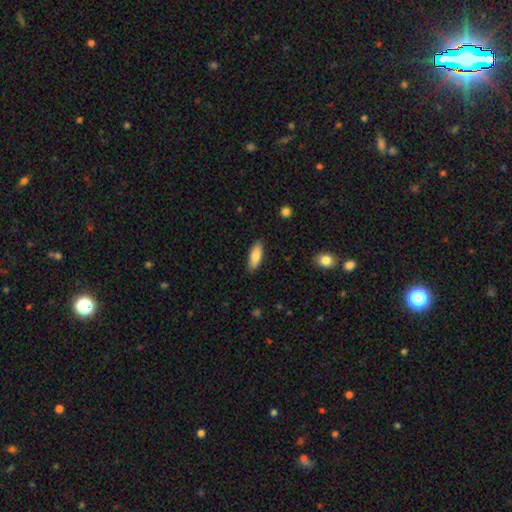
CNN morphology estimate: Smooth or featured? Predicted: smooth (p=0.82). How rounded? Predicted: in between (p=0.67). Merging? Predicted: none (p=0.87).